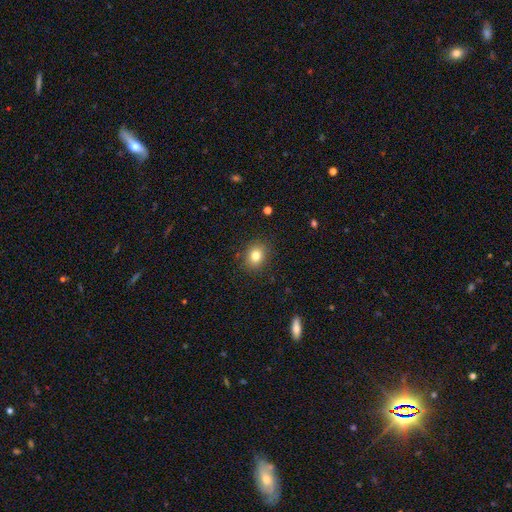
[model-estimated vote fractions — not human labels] This is clearly a smooth galaxy (81%). How rounded: likely round (64%). Merging: clearly none (87%).